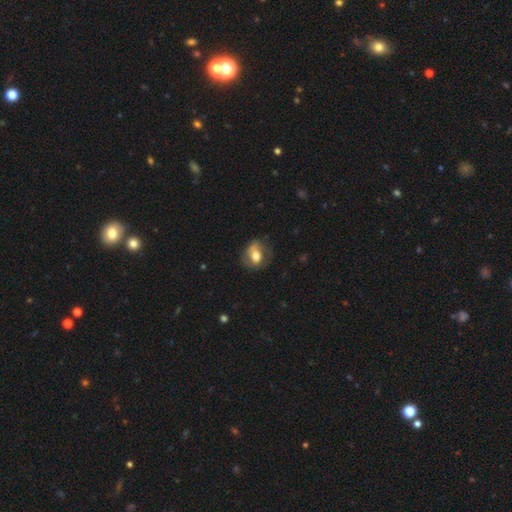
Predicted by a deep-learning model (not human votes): A smooth galaxy with no disk features (60%) that is in between round and cigar-shaped (57%).

Vote fractions:
- Smooth or featured? smooth: 60% / featured or disk: 32% / star or artifact: 8%
- How rounded? in between: 57% / round: 42% / cigar-shaped: 2%
- Merging? none: 57% / minor disturbance: 26% / major disturbance: 15% / merger: 2%